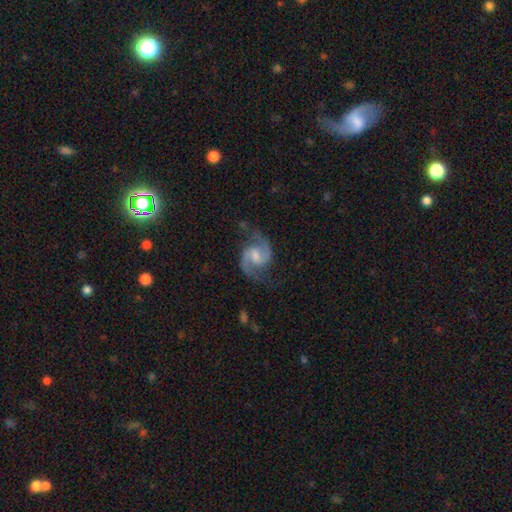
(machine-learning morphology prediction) Smooth or featured: featured or disk — 92% (star or artifact — 4%)
Edge-on disk: no — 98% (yes — 2%)
Bar: weak — 59% (no — 25%)
Spiral arms: yes — 98% (no — 2%)
Spiral winding: medium — 60% (loose — 27%)
Spiral arm count: 2 — 94% (can't tell — 2%)
Bulge size: moderate — 40% (small — 32%)
Merging: none — 75% (minor disturbance — 16%)